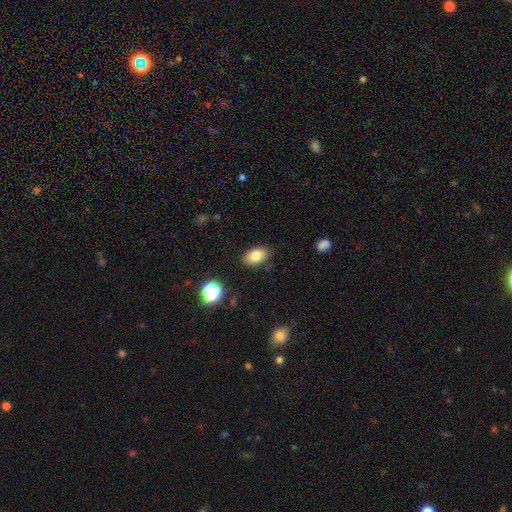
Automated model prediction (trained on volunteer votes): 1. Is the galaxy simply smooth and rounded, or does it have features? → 81% smooth, 10% star or artifact, 9% featured or disk.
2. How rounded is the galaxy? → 89% in between, 9% round, 2% cigar-shaped.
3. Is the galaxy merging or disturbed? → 84% none, 12% minor disturbance, 3% major disturbance, 2% merger.